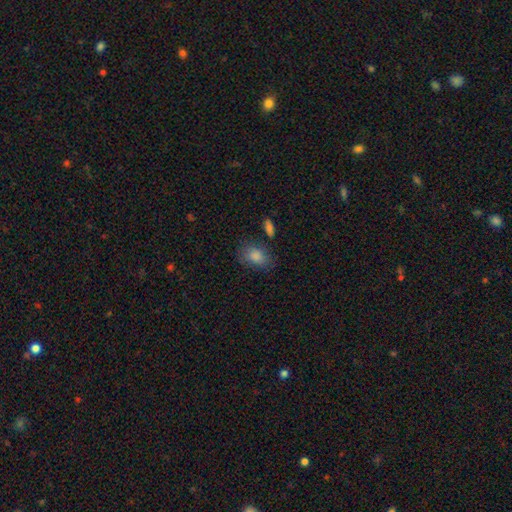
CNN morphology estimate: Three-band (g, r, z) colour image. It shows a smooth galaxy with no disk features (82%) that is in between round and cigar-shaped (80%). Merging: none (75%).